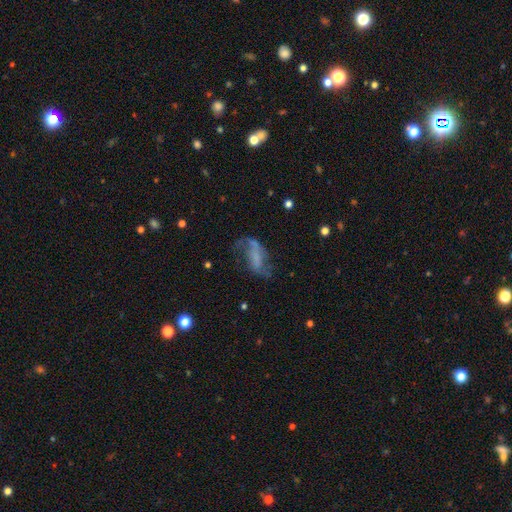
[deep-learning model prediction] A featured or disk galaxy (60%) with no bar (44%), spiral arms (71%) and no central bulge (65%). Merging: none (40%).